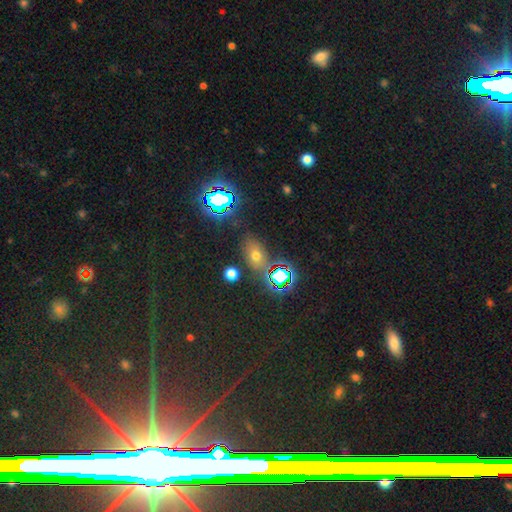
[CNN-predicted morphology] smooth-or-featured: smooth: 51% | star or artifact: 37% | featured or disk: 12%
  how-rounded: in between: 72% | round: 25% | cigar-shaped: 3%
  merging: none: 77% | minor disturbance: 12% | merger: 6% | major disturbance: 5%